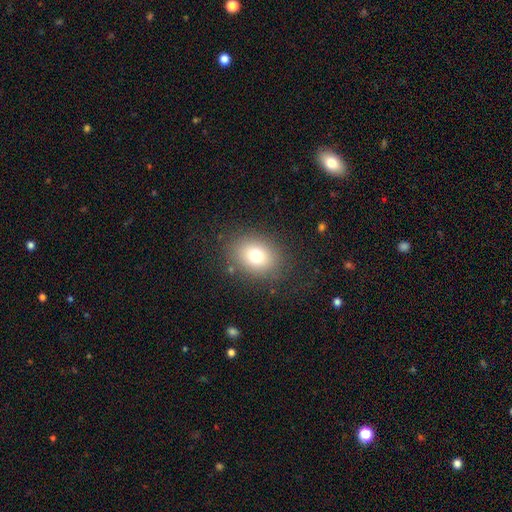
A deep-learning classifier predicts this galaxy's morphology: smooth_or_featured: smooth (p=0.75) [alt: star or artifact p=0.13]
how_rounded: in between (p=0.58) [alt: round p=0.41]
merging: none (p=0.83) [alt: minor disturbance p=0.10]